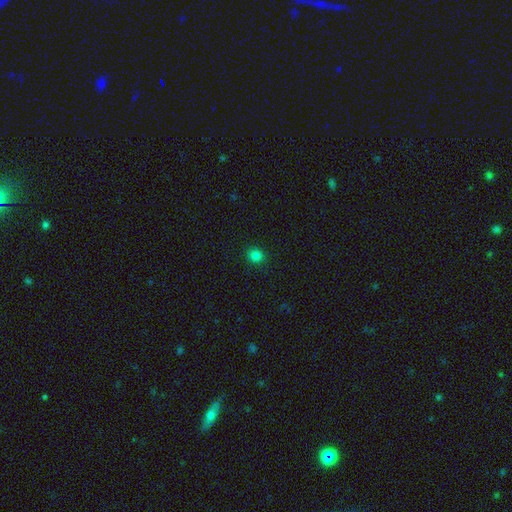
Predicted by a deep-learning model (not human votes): Smooth or featured? smooth (81%)
How rounded? round (86%)
Merging? none (92%)